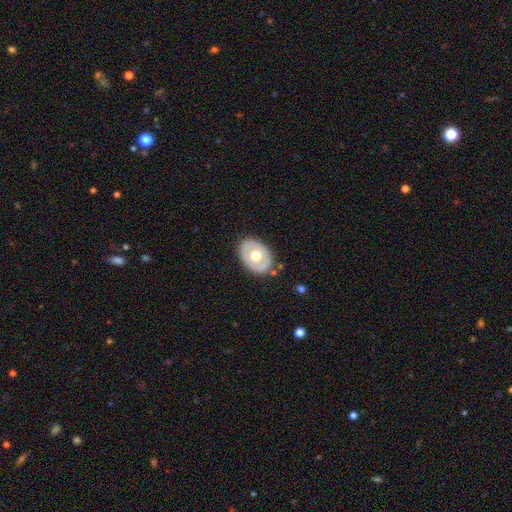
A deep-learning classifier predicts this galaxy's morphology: A smooth galaxy with no disk features (48%).

Vote fractions:
- Smooth or featured? smooth: 48% / featured or disk: 46% / star or artifact: 5%
- Merging? none: 84% / minor disturbance: 11% / major disturbance: 3% / merger: 2%